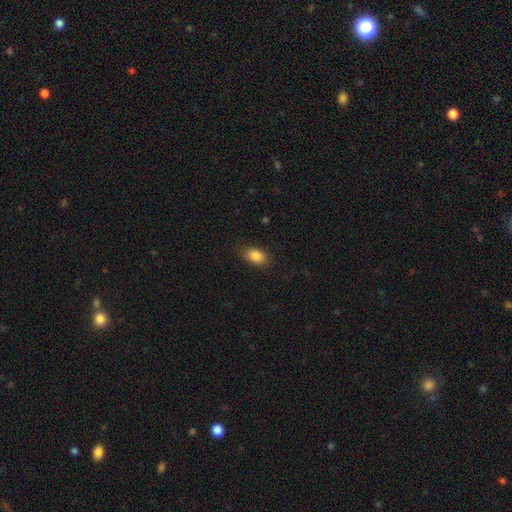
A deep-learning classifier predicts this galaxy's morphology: Smooth or featured: smooth — 86% (star or artifact — 8%)
How rounded: in between — 88% (round — 10%)
Merging: none — 84% (minor disturbance — 12%)